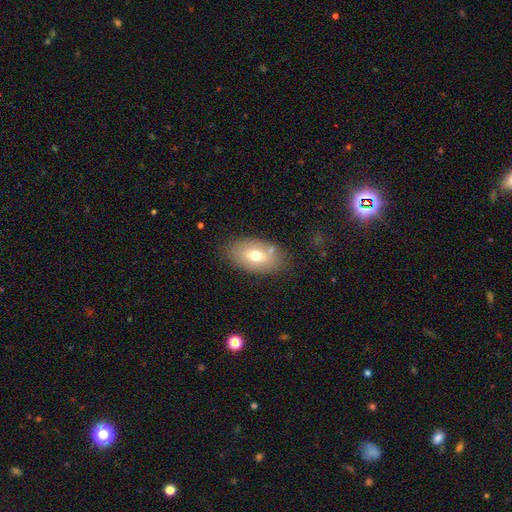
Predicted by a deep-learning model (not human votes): A smooth galaxy with no disk features (64%) that is in between round and cigar-shaped (89%). Merging: none (72%).